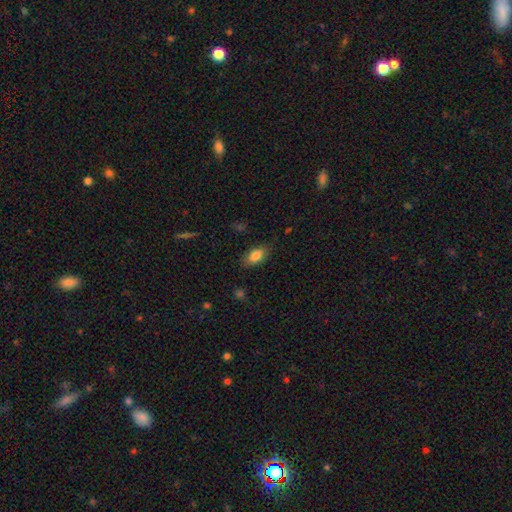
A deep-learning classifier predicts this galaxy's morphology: Smooth or featured? Predicted: smooth (p=0.83). How rounded? Predicted: in between (p=0.88). Merging? Predicted: none (p=0.81).